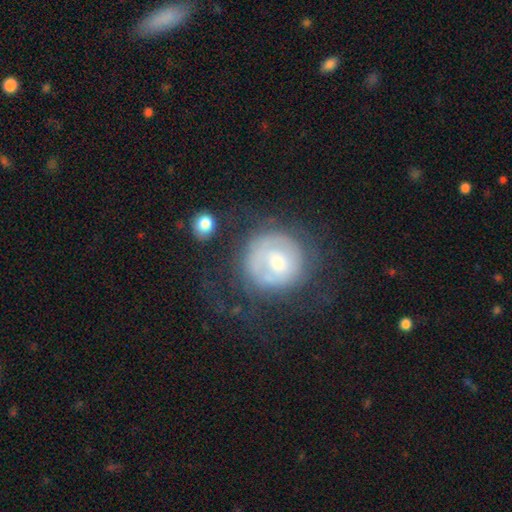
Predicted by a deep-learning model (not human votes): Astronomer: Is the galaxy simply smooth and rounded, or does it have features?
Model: featured or disk — 53% (runner-up: smooth, 38%).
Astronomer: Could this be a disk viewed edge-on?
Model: no — 96%.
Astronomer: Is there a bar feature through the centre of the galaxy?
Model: no — 69%.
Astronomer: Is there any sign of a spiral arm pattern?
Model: no — 55% (runner-up: yes, 45%).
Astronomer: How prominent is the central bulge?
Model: moderate — 56%.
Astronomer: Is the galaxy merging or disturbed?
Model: none — 53%.